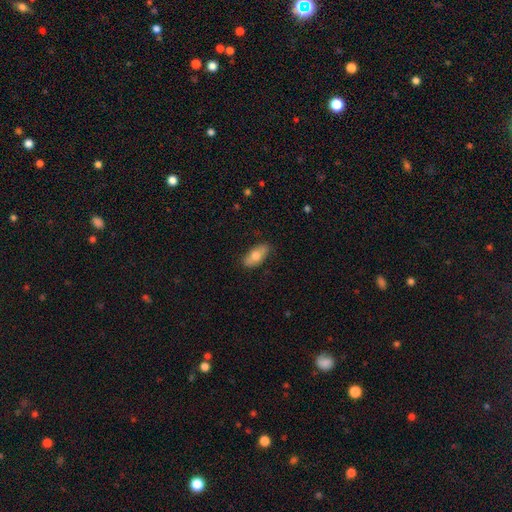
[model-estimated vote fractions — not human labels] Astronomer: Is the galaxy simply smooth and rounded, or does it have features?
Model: smooth — 71%.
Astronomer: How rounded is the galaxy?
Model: in between — 84%.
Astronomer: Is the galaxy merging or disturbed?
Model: none — 82%.